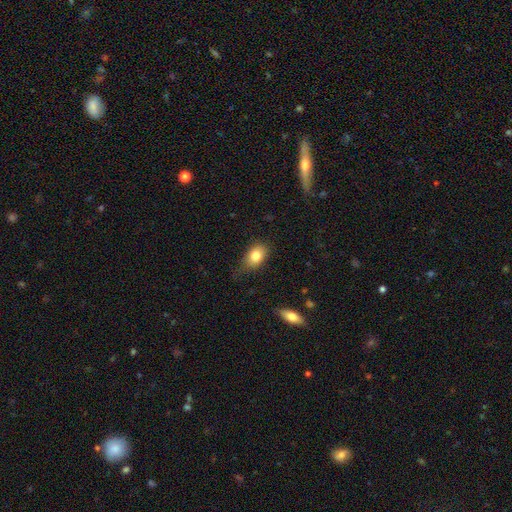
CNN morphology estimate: This is clearly a smooth galaxy (81%). How rounded: clearly in between (81%). Merging: likely none (67%).